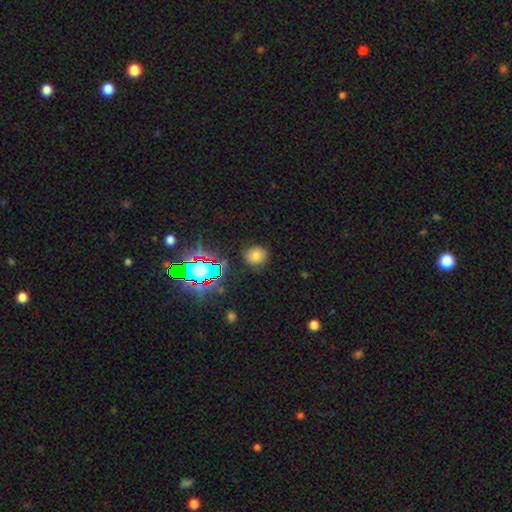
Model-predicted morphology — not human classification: smooth 71%, star or artifact 20%, featured or disk 9%. Down the decision tree: how rounded — round (79%); merging — none (86%).